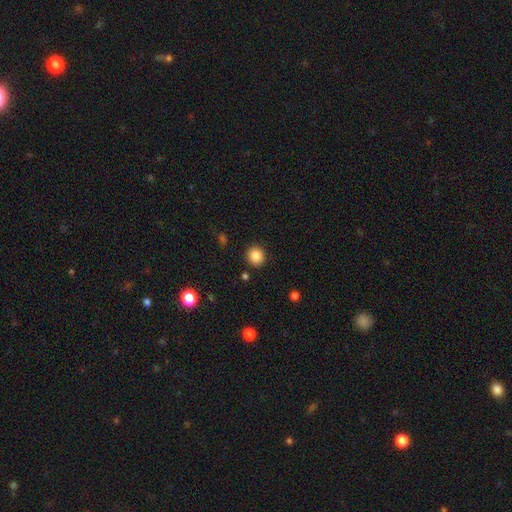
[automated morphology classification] Q: Smooth or featured?
A: smooth (86%); runner-up: star or artifact (10%)
Q: How rounded?
A: round (88%); runner-up: in between (11%)
Q: Merging?
A: none (90%); runner-up: minor disturbance (6%)